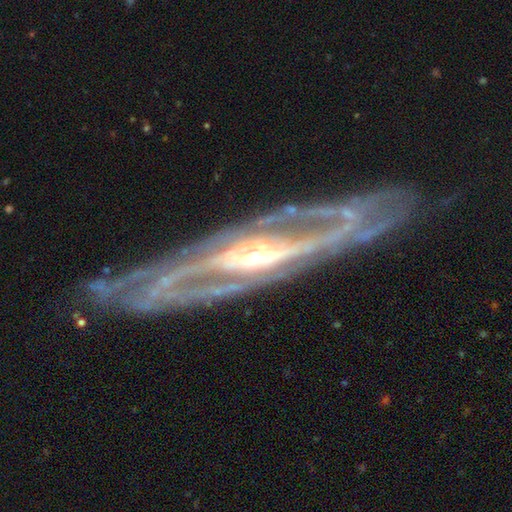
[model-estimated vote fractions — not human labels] Morphology: type=featured or disk (89%); edge-on=no (76%); bar=no (47%); spiral arms=yes (86%); winding=tight (49%); arm count=2 (47%); bulge=small (55%); merging=none (70%).